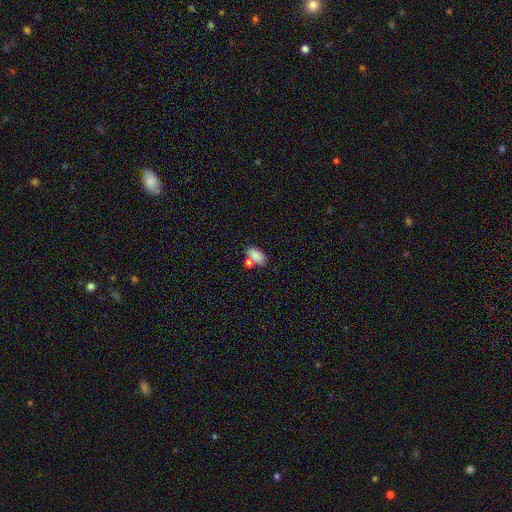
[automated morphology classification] Smooth or featured?
  - smooth: 85% *
  - star or artifact: 9%
  - featured or disk: 6%
How rounded?
  - in between: 91% *
  - round: 6%
  - cigar-shaped: 3%
Merging?
  - none: 57% *
  - merger: 25%
  - minor disturbance: 14%
  - major disturbance: 5%